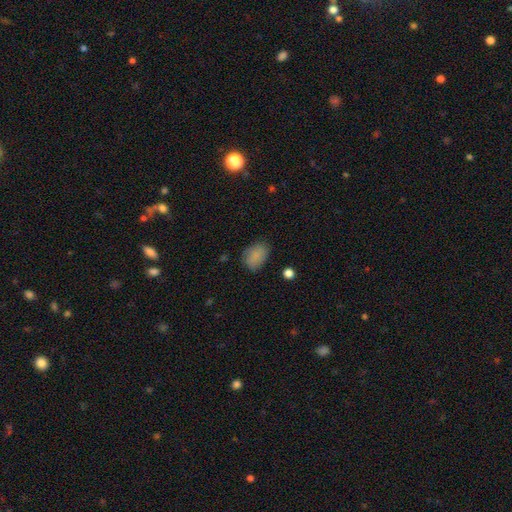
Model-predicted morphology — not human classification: This is clearly a smooth galaxy (85%). How rounded: likely in between (77%). Merging: likely none (75%).